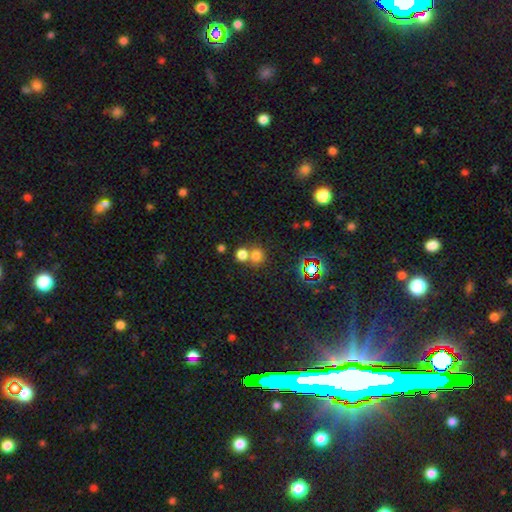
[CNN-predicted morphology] The model was most divided on "merging": none: 49%, merger: 41%, minor disturbance: 6%, major disturbance: 3%. More confident: how rounded — round (83%); smooth or featured — smooth (71%).